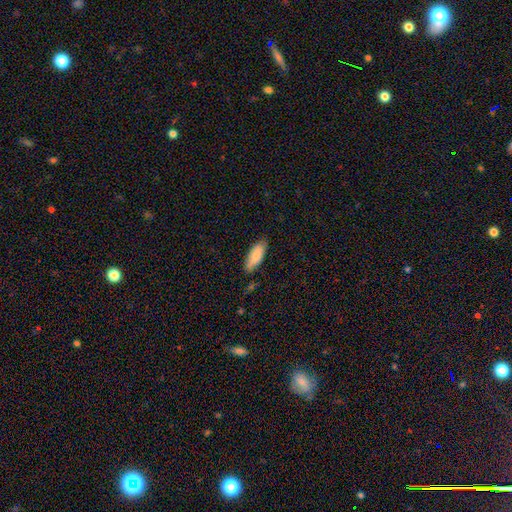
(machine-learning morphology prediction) smooth_or_featured: smooth (p=0.83) [alt: featured or disk p=0.11]
how_rounded: in between (p=0.73) [alt: cigar-shaped p=0.25]
merging: none (p=0.79) [alt: minor disturbance p=0.16]